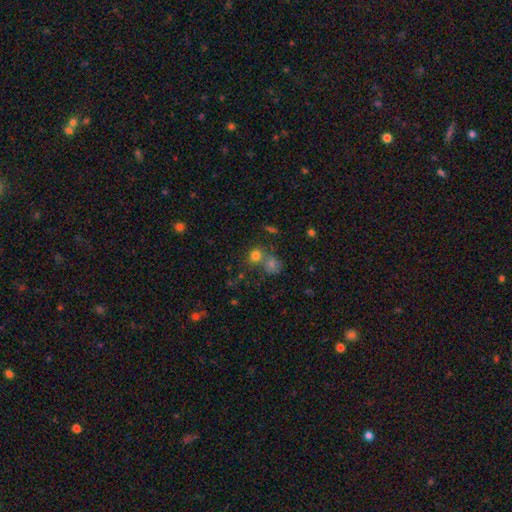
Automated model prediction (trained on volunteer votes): smooth_or_featured: smooth (p=0.75) [alt: star or artifact p=0.16]
how_rounded: round (p=0.79) [alt: in between p=0.19]
merging: none (p=0.53) [alt: merger p=0.35]